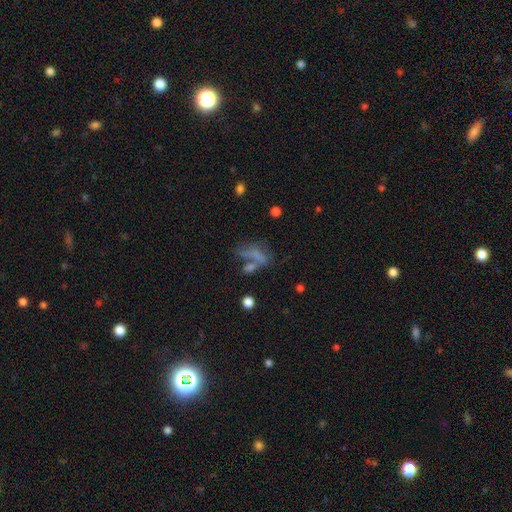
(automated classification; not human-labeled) The model was most divided on "merging": merger: 33%, none: 31%, major disturbance: 20%, minor disturbance: 16%. More confident: how rounded — in between (66%); smooth or featured — smooth (59%).